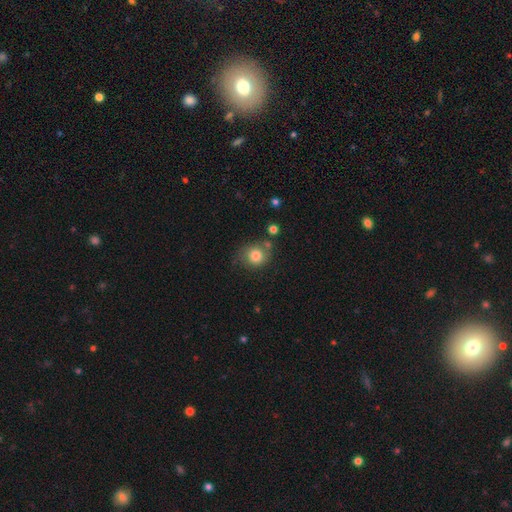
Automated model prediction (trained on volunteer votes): Morphology: type=smooth (79%); roundness=round (77%); merging=none (60%).